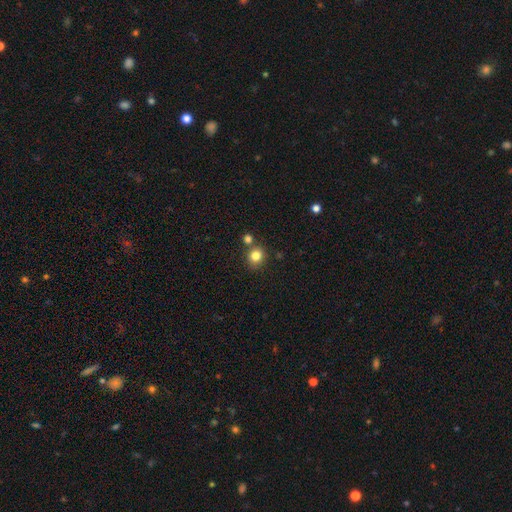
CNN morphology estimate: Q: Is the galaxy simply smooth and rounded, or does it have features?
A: smooth — 81%.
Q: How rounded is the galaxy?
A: round — 84%.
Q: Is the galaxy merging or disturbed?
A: none — 72%.